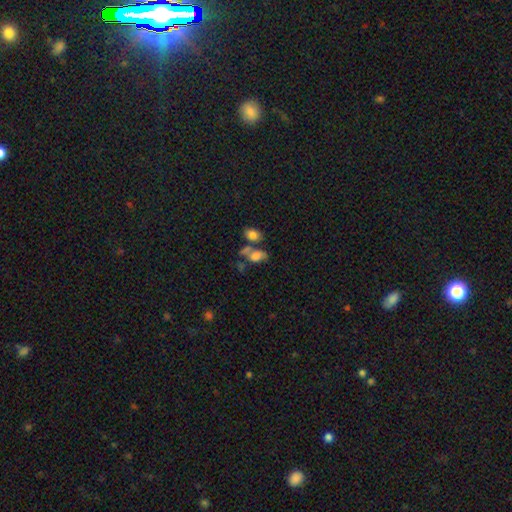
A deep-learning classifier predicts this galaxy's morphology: This is likely a smooth galaxy (70%). How rounded: clearly in between (83%). Merging: marginally merger (39%).